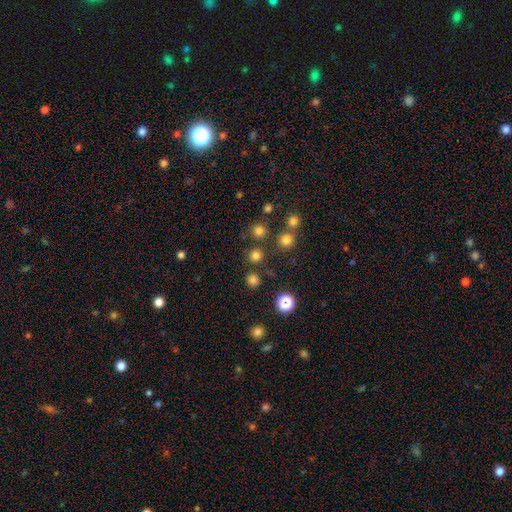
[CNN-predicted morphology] Smooth or featured? smooth (75%)
How rounded? round (94%)
Merging? none (82%)